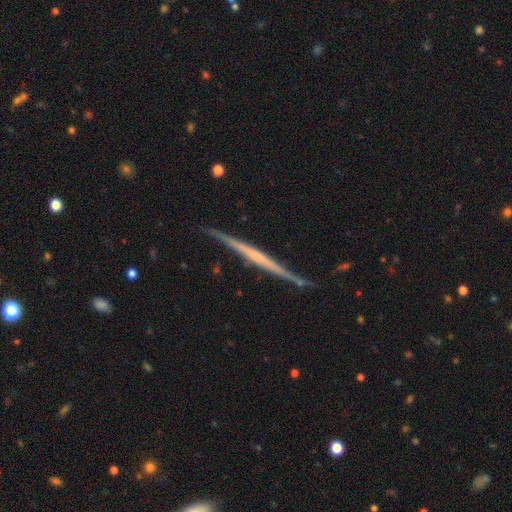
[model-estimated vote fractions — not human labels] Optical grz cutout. It shows a featured or disk galaxy (74%) viewed edge-on (98%) with no central bulge (70%). Merging: none (85%).